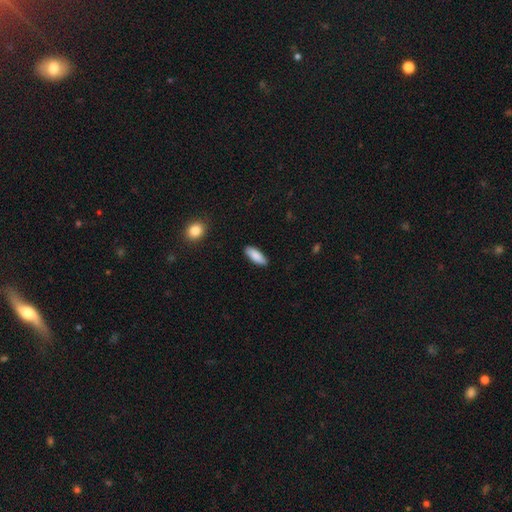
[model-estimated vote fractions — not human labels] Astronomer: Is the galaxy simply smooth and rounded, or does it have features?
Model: smooth — 87%.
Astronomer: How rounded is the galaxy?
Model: in between — 71%.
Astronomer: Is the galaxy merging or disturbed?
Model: none — 88%.